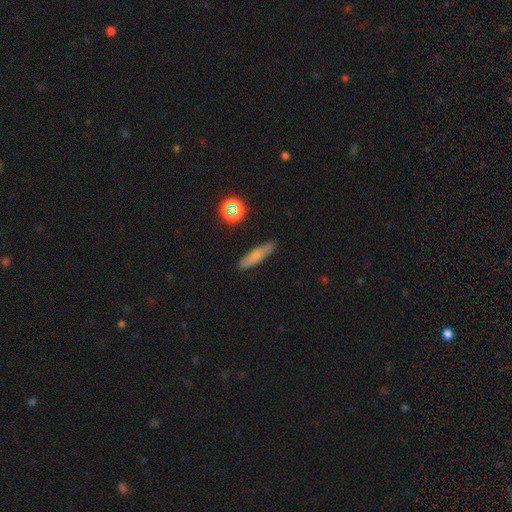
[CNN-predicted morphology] type=smooth (71%); roundness=cigar-shaped (75%); merging=none (86%).